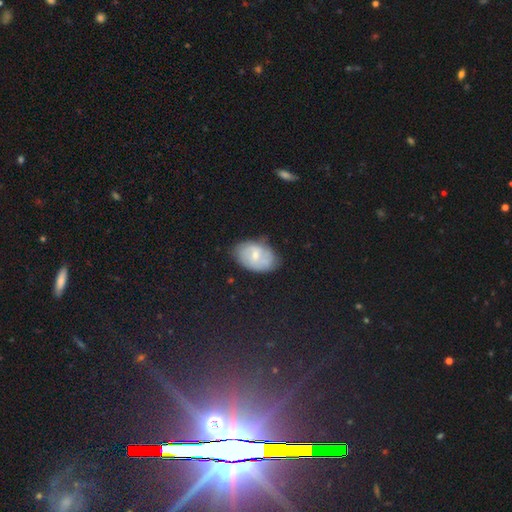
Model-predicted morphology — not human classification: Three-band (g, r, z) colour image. It shows a smooth galaxy with no disk features (47%). Merging: none (66%).